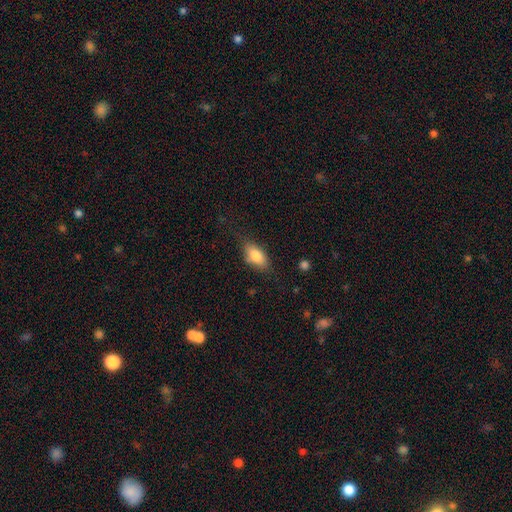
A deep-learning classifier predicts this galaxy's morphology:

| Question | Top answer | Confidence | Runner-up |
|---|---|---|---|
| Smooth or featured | smooth | 80% | featured or disk (13%) |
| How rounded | in between | 88% | cigar-shaped (8%) |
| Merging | none | 72% | minor disturbance (20%) |